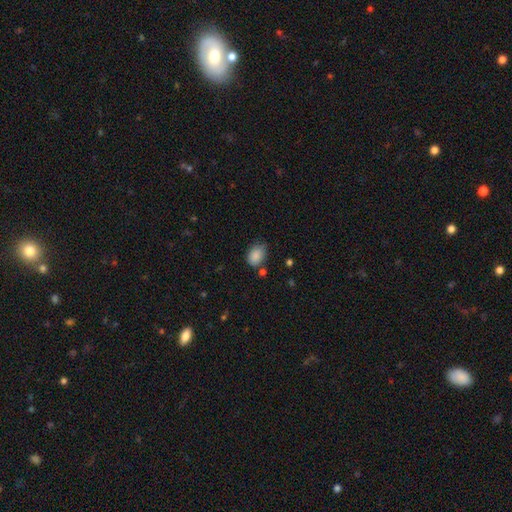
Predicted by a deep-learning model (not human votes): This is clearly a smooth galaxy (87%). How rounded: likely in between (73%). Merging: likely none (63%).